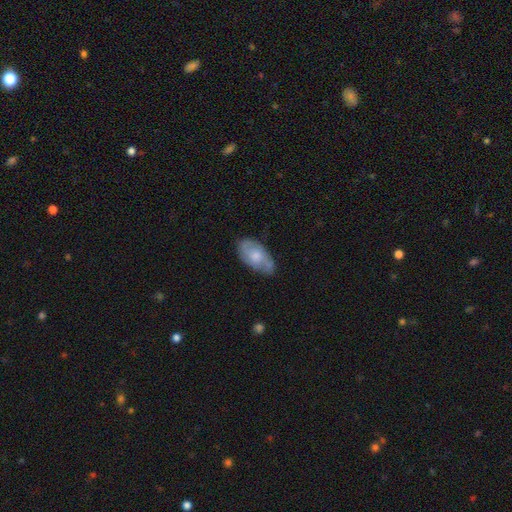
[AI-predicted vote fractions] The model was most divided on "smooth or featured": smooth: 49%, featured or disk: 45%, star or artifact: 6%. More confident: merging — none (66%).